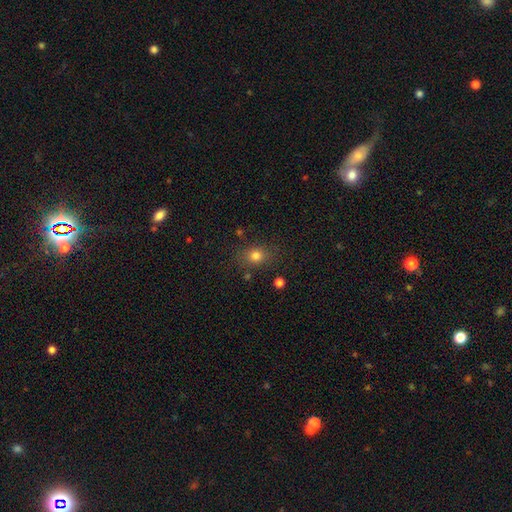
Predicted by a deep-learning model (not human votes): Overall: smooth (79%). How rounded: round (53%; in between 46%). Merging: none (80%).